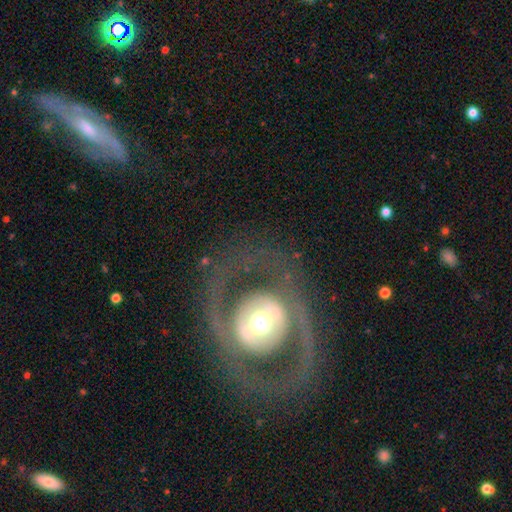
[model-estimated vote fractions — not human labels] smooth-or-featured: featured or disk: 77% | smooth: 17% | star or artifact: 6%
  disk-edge-on: no: 95% | yes: 5%
    bar: no: 58% | weak: 23% | strong: 19%
    has-spiral-arms: yes: 50% (tied) | no: 50% (tied)
    bulge-size: moderate: 61% | large: 22% | small: 13% | dominant: 3% | none: 1%
  merging: none: 78% | major disturbance: 11% | minor disturbance: 10% | merger: 2%